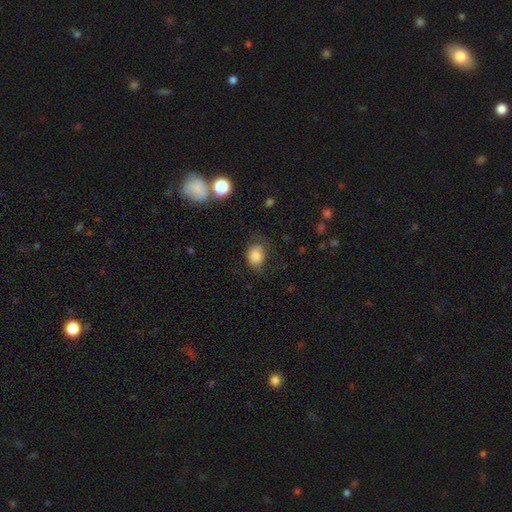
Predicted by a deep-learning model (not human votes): Morphology: type=smooth (83%); roundness=in between (55%); merging=none (64%).